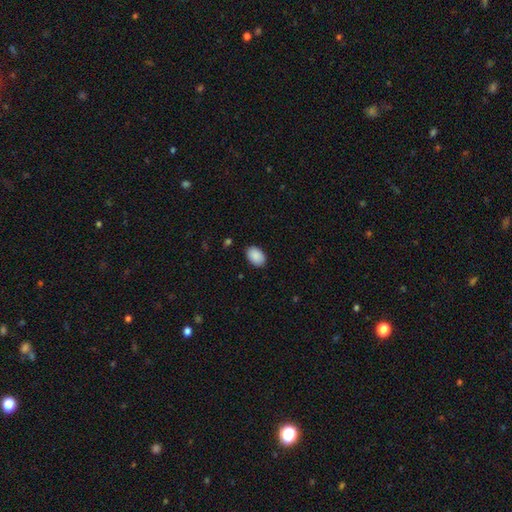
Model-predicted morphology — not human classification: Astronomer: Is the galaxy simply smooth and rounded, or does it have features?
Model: smooth — 90%.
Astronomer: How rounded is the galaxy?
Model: in between — 87%.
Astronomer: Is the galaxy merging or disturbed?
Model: none — 89%.